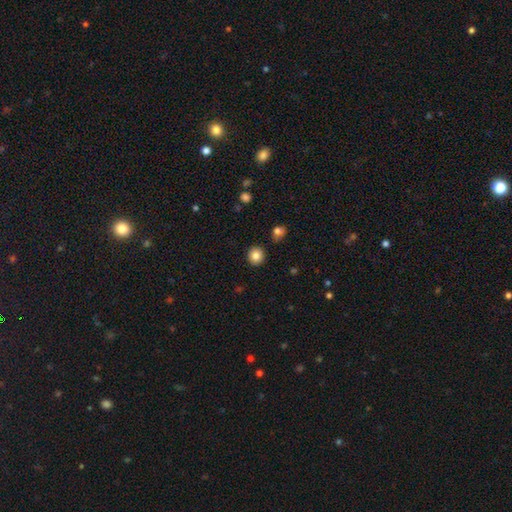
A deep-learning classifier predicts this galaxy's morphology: A smooth galaxy with no disk features (84%) that is round (88%). Merging: none (90%).